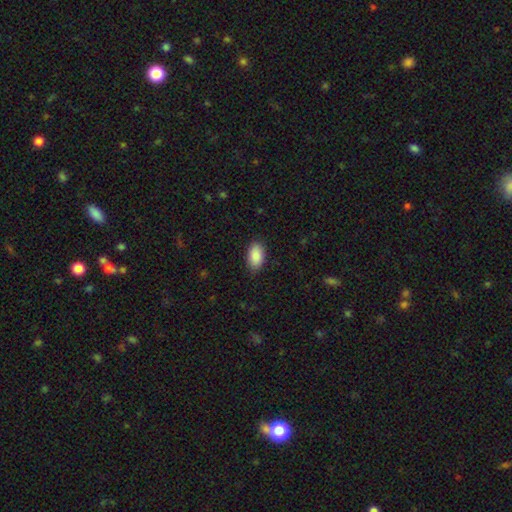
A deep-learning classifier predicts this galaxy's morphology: Smooth or featured? Predicted: smooth (p=0.89). How rounded? Predicted: in between (p=0.94). Merging? Predicted: none (p=0.86).